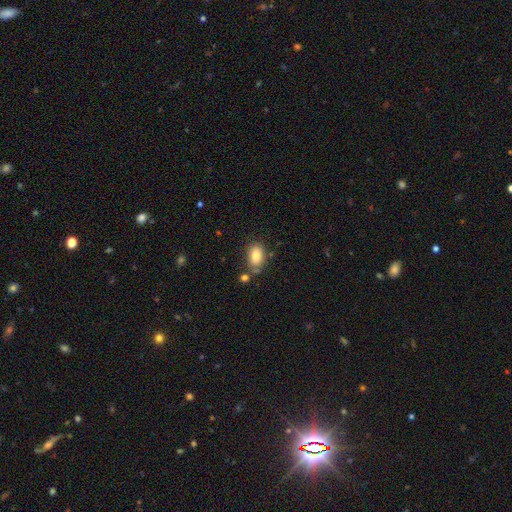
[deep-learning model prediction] Smooth or featured? smooth (84%)
How rounded? in between (88%)
Merging? none (67%)